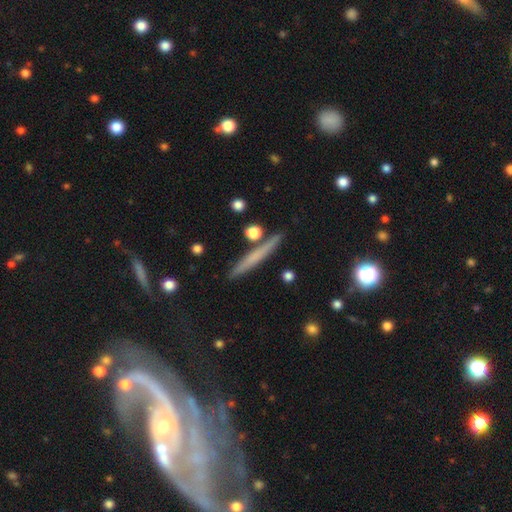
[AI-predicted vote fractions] The model was most divided on "smooth or featured": smooth: 50%, featured or disk: 41%, star or artifact: 8%. More confident: how rounded — cigar-shaped (94%); merging — none (86%).